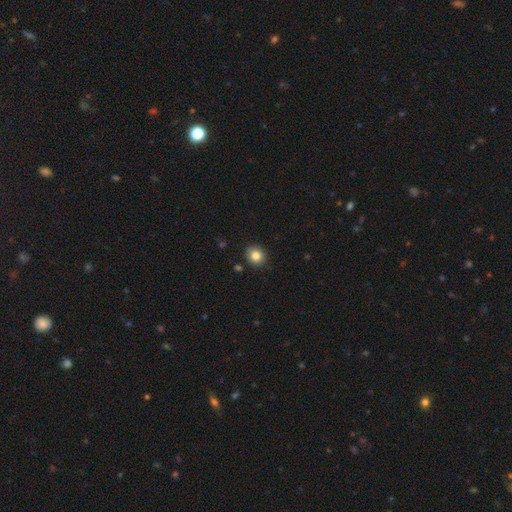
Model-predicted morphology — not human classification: A smooth galaxy with no disk features (84%) that is round (80%).

Vote fractions:
- Smooth or featured? smooth: 84% / star or artifact: 10% / featured or disk: 6%
- How rounded? round: 80% / in between: 19% / cigar-shaped: 1%
- Merging? none: 87% / minor disturbance: 10% / major disturbance: 2% / merger: 2%